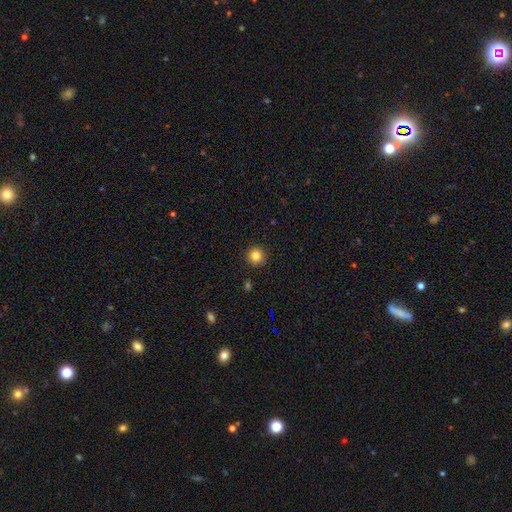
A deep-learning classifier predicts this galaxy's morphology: Overall: smooth (83%). How rounded: round (95%). Merging: none (92%).